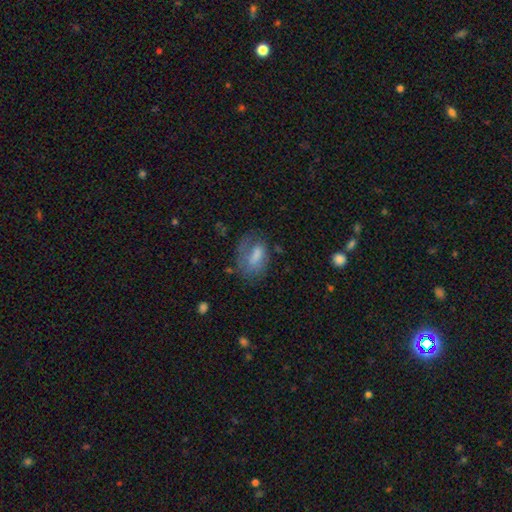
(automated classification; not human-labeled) A smooth galaxy with no disk features (54%) that is in between round and cigar-shaped (83%).

Vote fractions:
- Smooth or featured? smooth: 54% / featured or disk: 34% / star or artifact: 12%
- How rounded? in between: 83% / round: 12% / cigar-shaped: 5%
- Merging? none: 50% / minor disturbance: 24% / major disturbance: 23% / merger: 3%